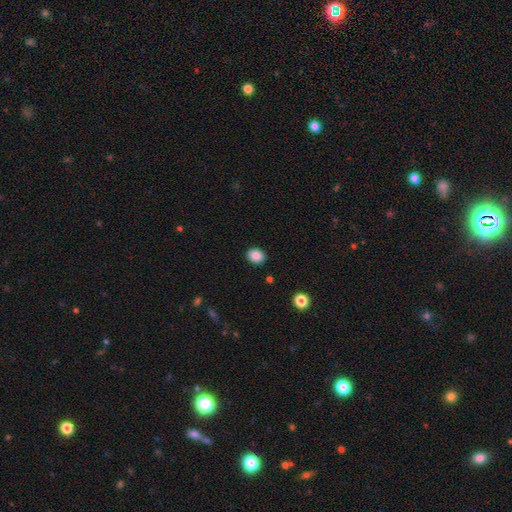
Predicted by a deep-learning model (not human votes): smooth 87%, star or artifact 9%, featured or disk 4%. Down the decision tree: how rounded — round (55%); merging — none (90%).